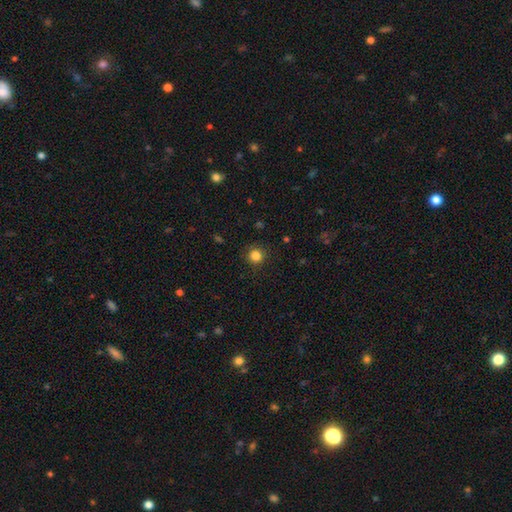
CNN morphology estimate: Smooth or featured?
  - smooth: 84% *
  - star or artifact: 12%
  - featured or disk: 4%
How rounded?
  - round: 94% *
  - in between: 5%
  - cigar-shaped: 1%
Merging?
  - none: 90% *
  - minor disturbance: 7%
  - major disturbance: 2%
  - merger: 1%